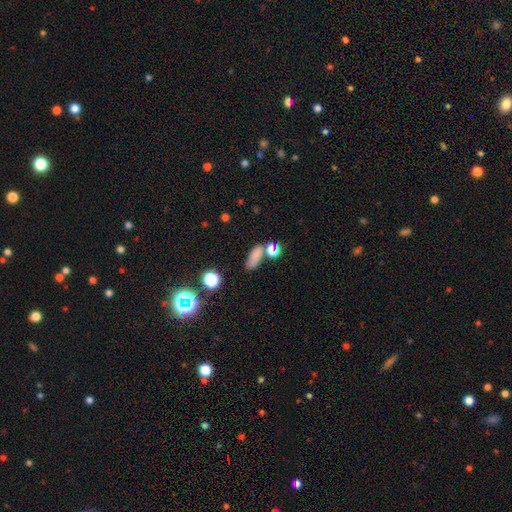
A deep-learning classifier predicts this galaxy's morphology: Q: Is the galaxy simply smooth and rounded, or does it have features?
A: smooth — 74%.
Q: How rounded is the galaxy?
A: in between — 67%.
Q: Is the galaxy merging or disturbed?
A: none — 59%.